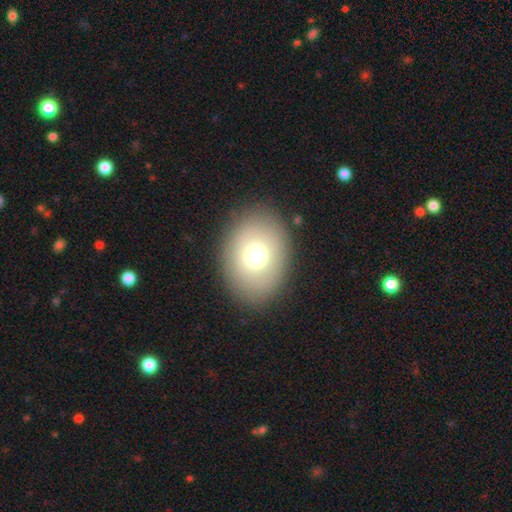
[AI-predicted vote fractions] smooth-or-featured: smooth: 73% | featured or disk: 18% | star or artifact: 9%
  how-rounded: in between: 71% | round: 28% | cigar-shaped: 1%
  merging: none: 87% | minor disturbance: 8% | major disturbance: 3% | merger: 1%